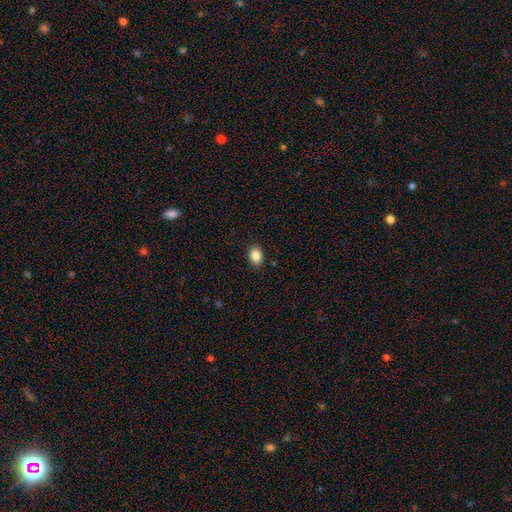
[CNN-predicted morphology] Smooth or featured: smooth — 87% (star or artifact — 9%)
How rounded: in between — 77% (round — 22%)
Merging: none — 89% (minor disturbance — 8%)